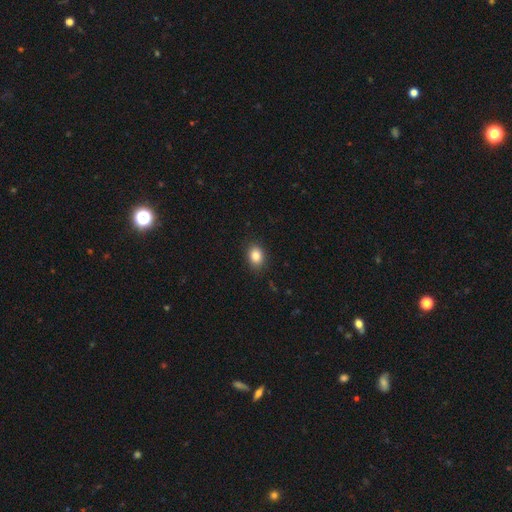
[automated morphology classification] Smooth or featured? smooth (86%)
How rounded? in between (68%)
Merging? none (86%)